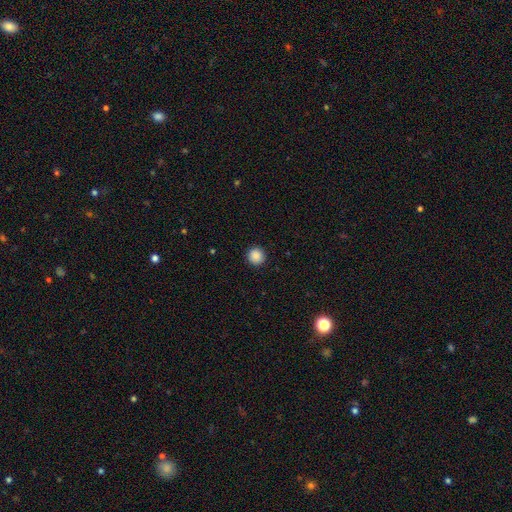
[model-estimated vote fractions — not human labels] This is clearly a smooth galaxy (88%). How rounded: clearly round (95%). Merging: clearly none (93%).